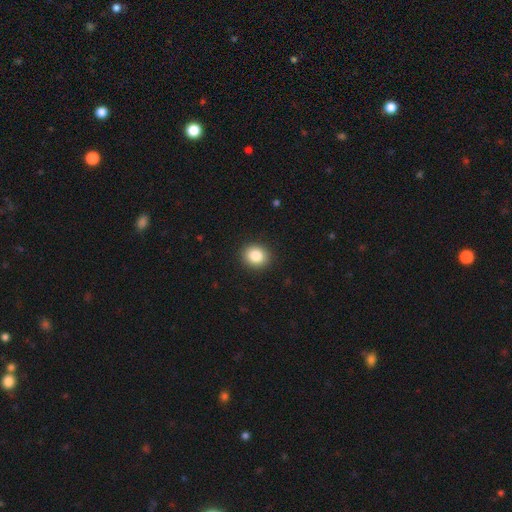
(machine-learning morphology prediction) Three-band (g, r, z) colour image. It shows a smooth galaxy with no disk features (86%) that is round (75%). Merging: none (91%).